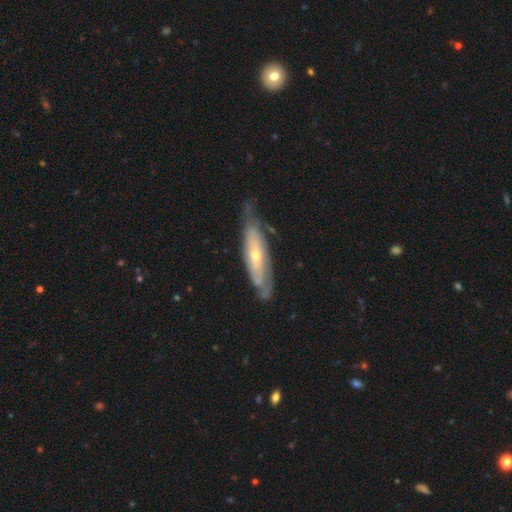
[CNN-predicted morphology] type=featured or disk (72%); edge-on=no (68%); merging=none (64%).